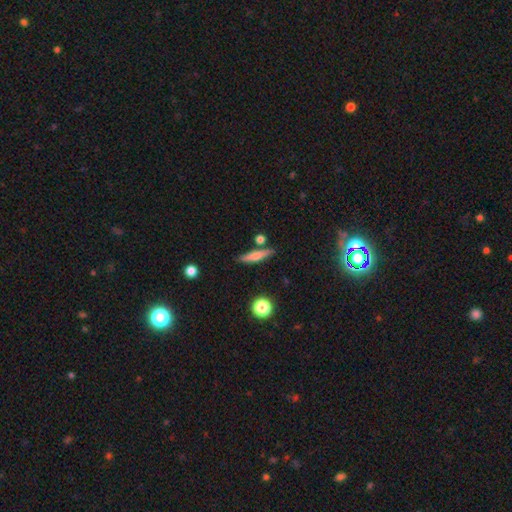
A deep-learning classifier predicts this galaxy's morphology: smooth_or_featured: smooth (p=0.59) [alt: featured or disk p=0.34]
how_rounded: cigar-shaped (p=0.83) [alt: in between p=0.14]
merging: none (p=0.81) [alt: minor disturbance p=0.10]